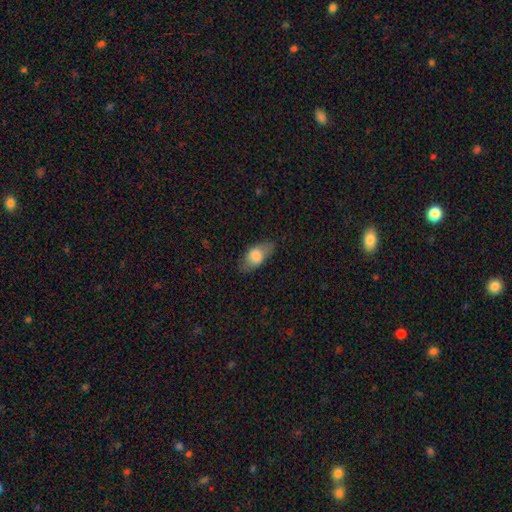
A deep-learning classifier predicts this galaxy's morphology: Smooth or featured: smooth — 72% (featured or disk — 21%)
How rounded: in between — 86% (cigar-shaped — 8%)
Merging: none — 75% (minor disturbance — 18%)